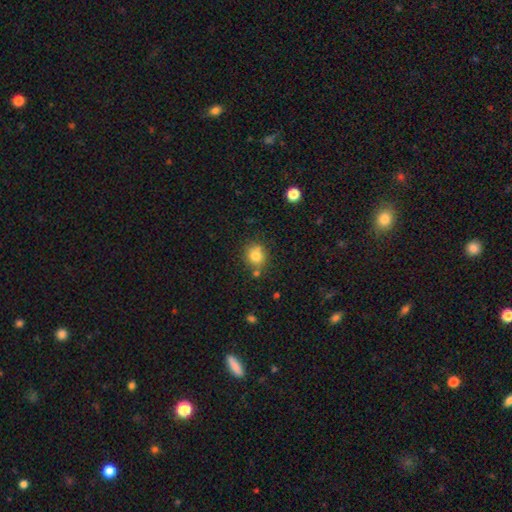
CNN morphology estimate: smooth_or_featured: smooth (p=0.79) [alt: star or artifact p=0.12]
how_rounded: round (p=0.82) [alt: in between p=0.17]
merging: none (p=0.72) [alt: minor disturbance p=0.13]